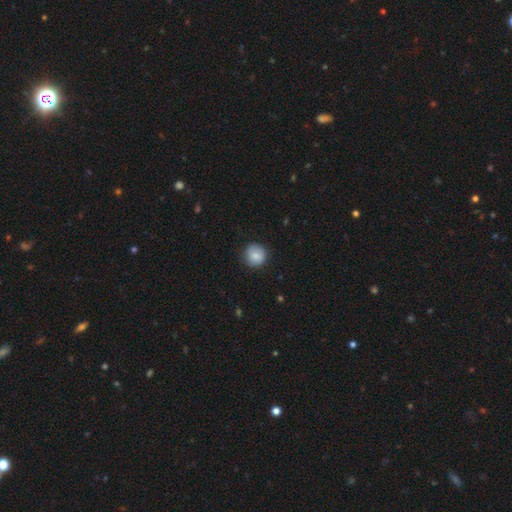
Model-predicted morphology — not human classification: A smooth galaxy with no disk features (83%) that is round (92%). Merging: none (84%).